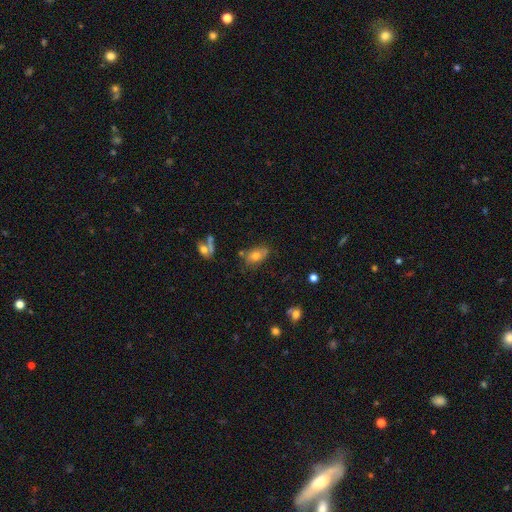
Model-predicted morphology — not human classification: Smooth or featured: smooth — 66% (featured or disk — 22%)
How rounded: in between — 85% (round — 12%)
Merging: none — 58% (minor disturbance — 26%)